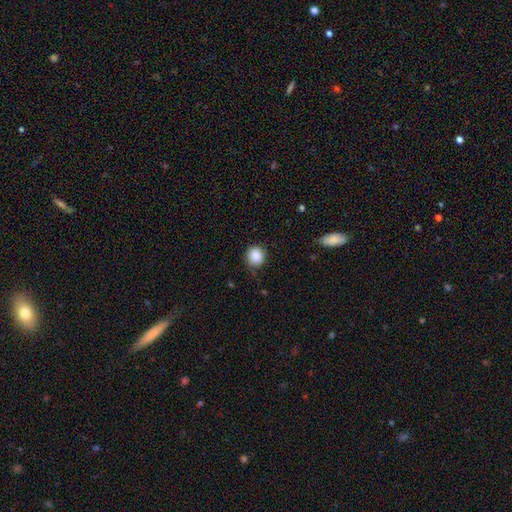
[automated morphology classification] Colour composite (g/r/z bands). It shows a smooth galaxy with no disk features (86%) that is round (88%). Merging: none (83%).